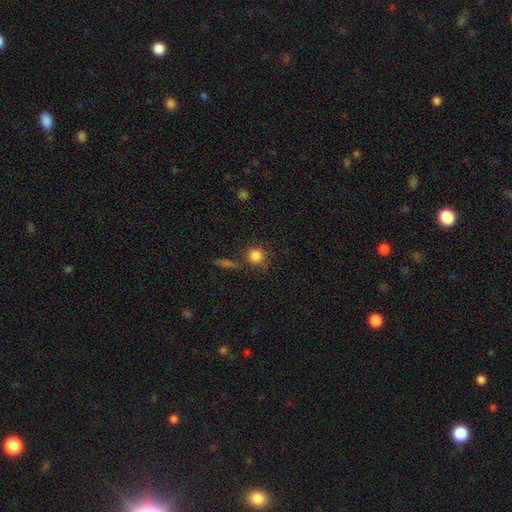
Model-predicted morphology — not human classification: Smooth or featured? Predicted: smooth (p=0.83). How rounded? Predicted: round (p=0.91). Merging? Predicted: none (p=0.73).